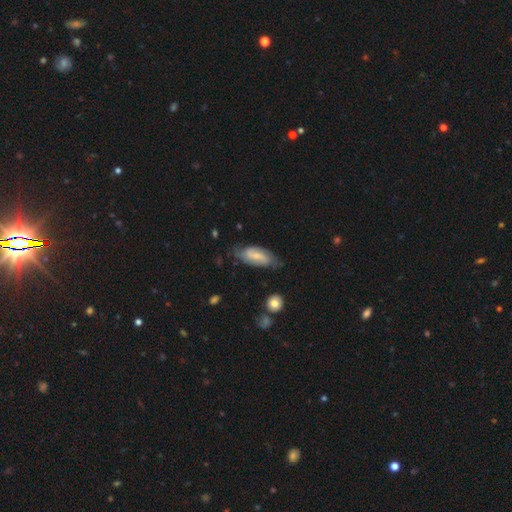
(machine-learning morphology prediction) Overall: featured or disk (57%; smooth 37%). Edge-on disk: no (92%). Bar: weak (51%; no 26%). Spiral arms: yes (86%). Bulge size: small (57%; moderate 31%). Merging: none (65%; minor disturbance 26%).